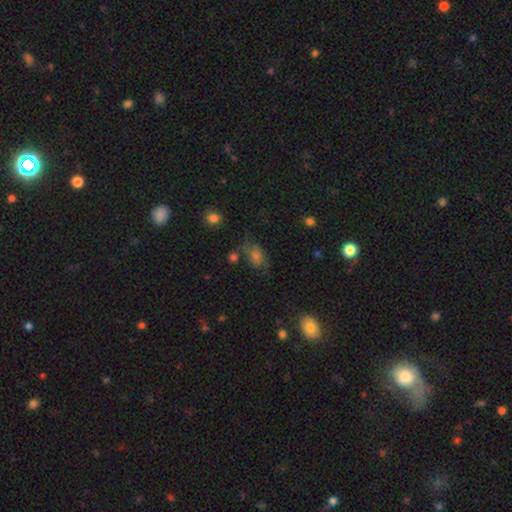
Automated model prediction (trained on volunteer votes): A smooth galaxy with no disk features (48%).

Vote fractions:
- Smooth or featured? smooth: 48% / featured or disk: 29% / star or artifact: 24%
- Merging? none: 60% / minor disturbance: 21% / major disturbance: 14% / merger: 5%